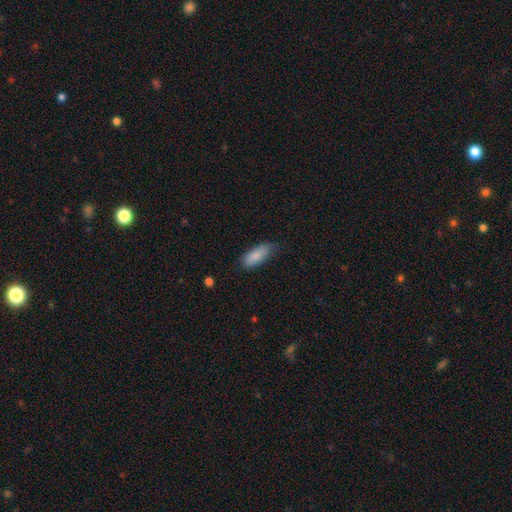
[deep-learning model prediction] Smooth or featured?
  - smooth: 87% *
  - featured or disk: 7%
  - star or artifact: 6%
How rounded?
  - in between: 79% *
  - cigar-shaped: 19%
  - round: 2%
Merging?
  - none: 72% *
  - minor disturbance: 22%
  - major disturbance: 4%
  - merger: 1%